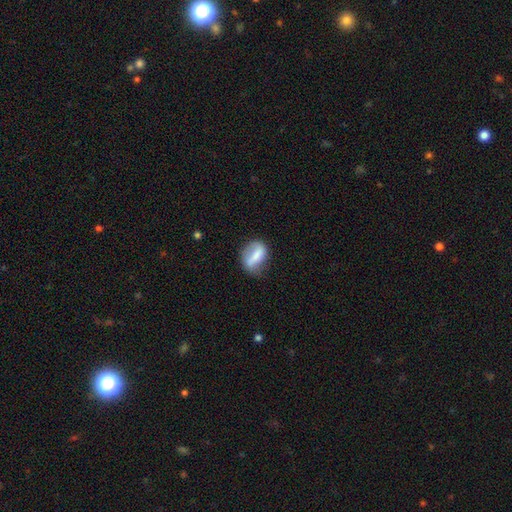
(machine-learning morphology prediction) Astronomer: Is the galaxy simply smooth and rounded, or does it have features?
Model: smooth — 55% (runner-up: featured or disk, 38%).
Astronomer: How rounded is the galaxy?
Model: in between — 65%.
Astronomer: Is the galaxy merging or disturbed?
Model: none — 64%.